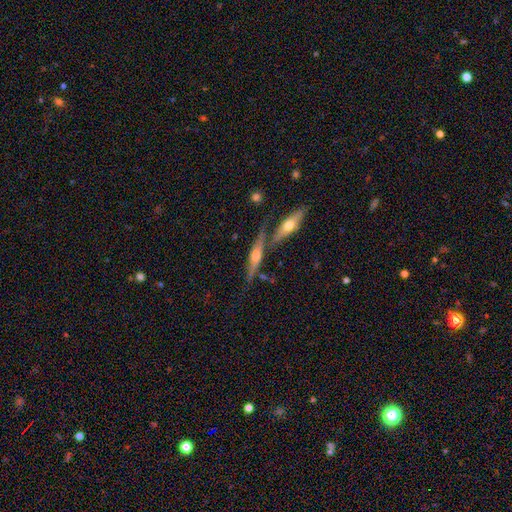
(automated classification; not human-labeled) Morphology: type=featured or disk (70%); edge-on=yes (94%); edge-on bulge=rounded (87%); merging=none (62%).